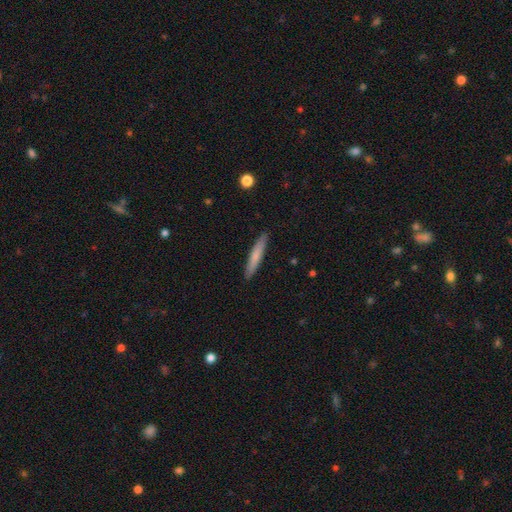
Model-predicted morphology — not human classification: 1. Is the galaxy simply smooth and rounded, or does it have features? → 71% smooth, 24% featured or disk, 5% star or artifact.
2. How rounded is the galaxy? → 93% cigar-shaped, 5% in between, 1% round.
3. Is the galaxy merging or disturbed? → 91% none, 7% minor disturbance, 1% major disturbance, 1% merger.